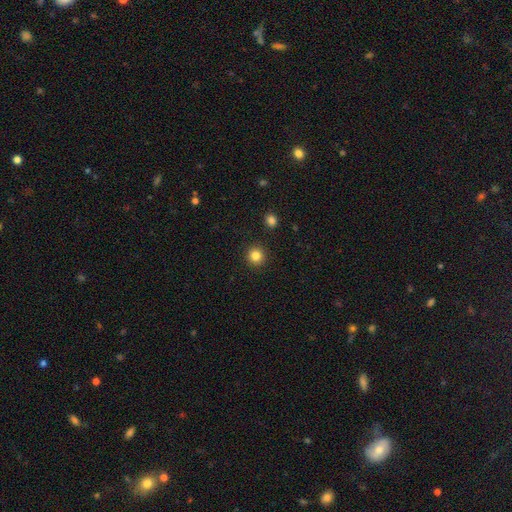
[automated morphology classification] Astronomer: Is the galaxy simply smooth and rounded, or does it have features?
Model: smooth — 84%.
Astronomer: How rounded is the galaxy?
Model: round — 94%.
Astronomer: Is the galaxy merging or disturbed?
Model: none — 92%.